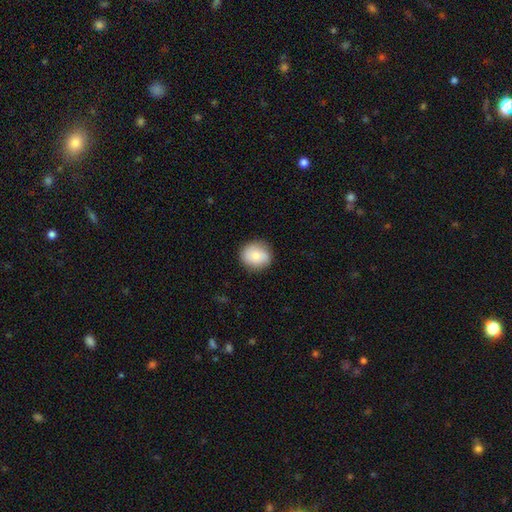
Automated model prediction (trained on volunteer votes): Smooth or featured? Predicted: smooth (p=0.76). How rounded? Predicted: round (p=0.84). Merging? Predicted: none (p=0.85).